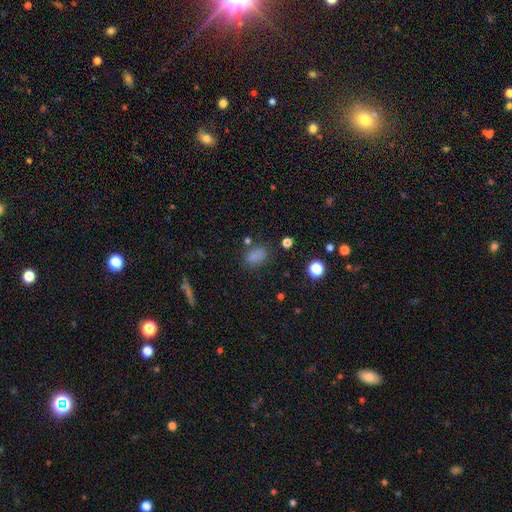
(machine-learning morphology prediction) smooth_or_featured: smooth (p=0.76) [alt: star or artifact p=0.17]
how_rounded: in between (p=0.77) [alt: round p=0.21]
merging: none (p=0.68) [alt: minor disturbance p=0.18]